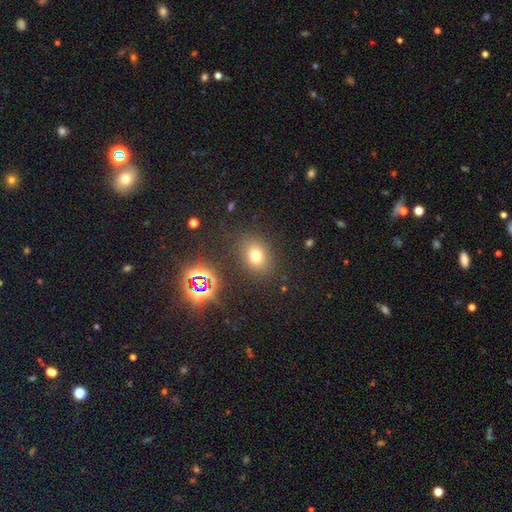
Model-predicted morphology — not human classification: Q: Smooth or featured?
A: smooth (69%); runner-up: star or artifact (22%)
Q: How rounded?
A: in between (50%); runner-up: round (49%)
Q: Merging?
A: none (83%); runner-up: minor disturbance (10%)